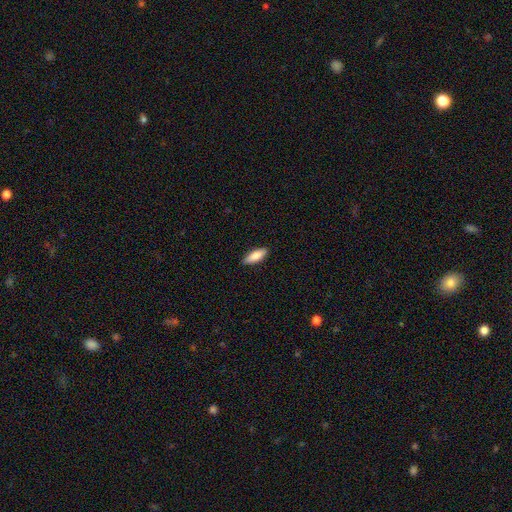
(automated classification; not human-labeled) Smooth or featured? smooth (85%)
How rounded? in between (66%)
Merging? none (89%)